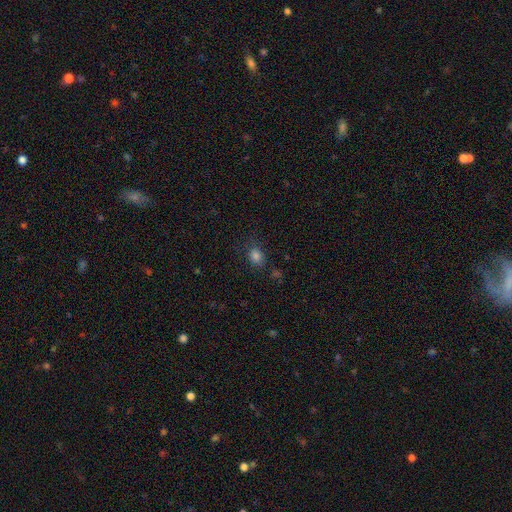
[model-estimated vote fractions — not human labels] A smooth galaxy with no disk features (79%) that is in between round and cigar-shaped (50%).

Vote fractions:
- Smooth or featured? smooth: 79% / star or artifact: 15% / featured or disk: 5%
- How rounded? in between: 50% / round: 49% / cigar-shaped: 1%
- Merging? none: 77% / minor disturbance: 15% / major disturbance: 5% / merger: 3%